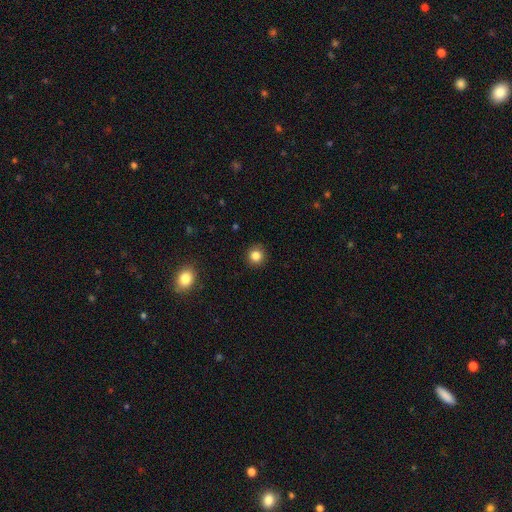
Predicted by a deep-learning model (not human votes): smooth_or_featured: smooth (p=0.84) [alt: star or artifact p=0.12]
how_rounded: round (p=0.93) [alt: in between p=0.06]
merging: none (p=0.92) [alt: minor disturbance p=0.05]